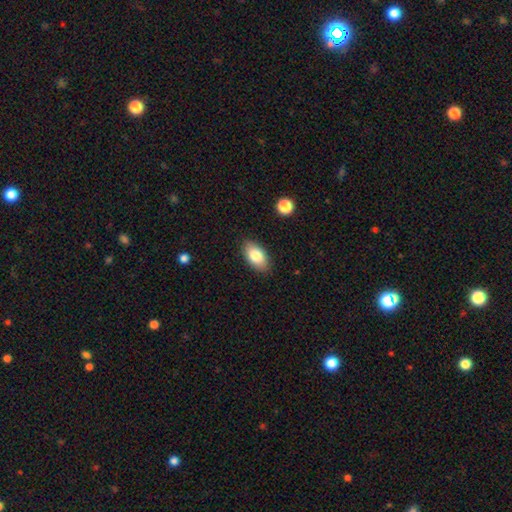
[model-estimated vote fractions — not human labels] smooth-or-featured: smooth: 82% | featured or disk: 11% | star or artifact: 7%
  how-rounded: in between: 93% | round: 4% | cigar-shaped: 3%
  merging: none: 86% | minor disturbance: 10% | major disturbance: 2% | merger: 1%